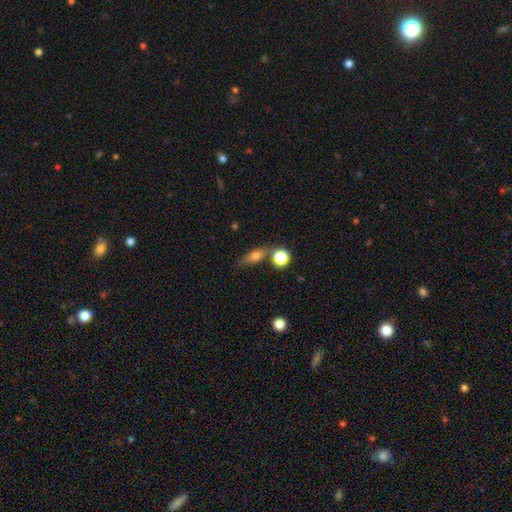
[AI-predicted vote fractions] This appears to be a smooth galaxy with no disk features (69%) that is in between round and cigar-shaped (61%). Merging: none (62%).